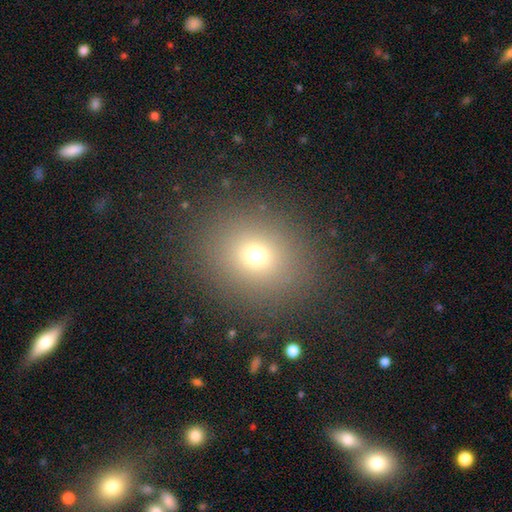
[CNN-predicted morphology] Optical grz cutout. It shows a smooth galaxy with no disk features (69%) that is round (67%). Merging: none (87%).